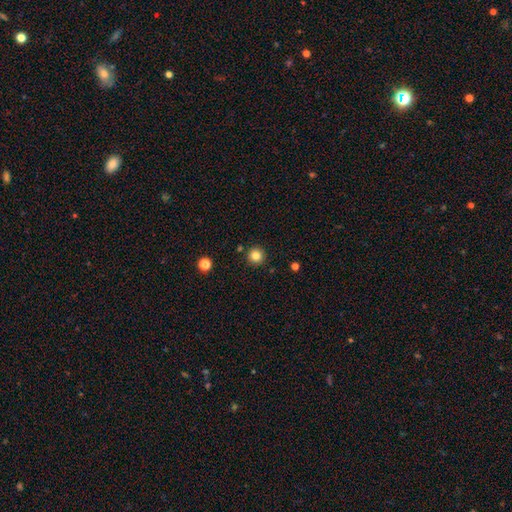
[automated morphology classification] type=smooth (83%); roundness=round (95%); merging=none (90%).